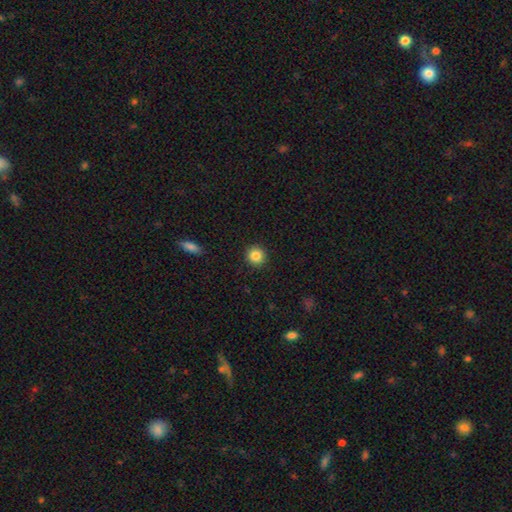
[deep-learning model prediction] Morphology: type=smooth (85%); roundness=round (93%); merging=none (92%).